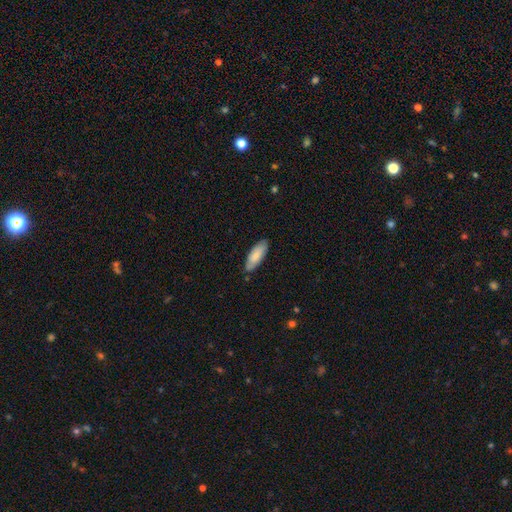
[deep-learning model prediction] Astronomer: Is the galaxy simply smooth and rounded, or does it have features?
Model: smooth — 81%.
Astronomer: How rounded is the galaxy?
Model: in between — 71%.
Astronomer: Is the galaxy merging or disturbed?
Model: none — 83%.